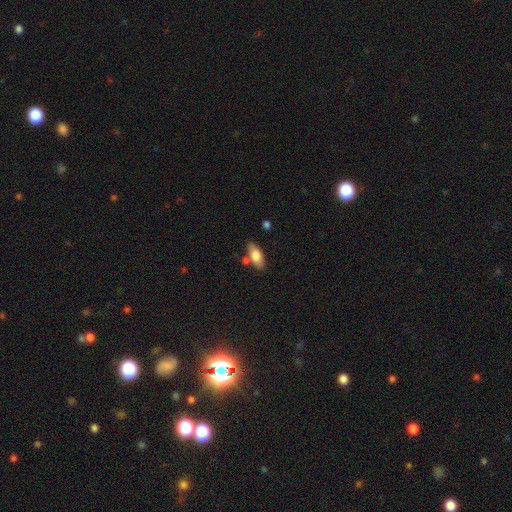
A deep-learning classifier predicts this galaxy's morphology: Smooth or featured? Predicted: smooth (p=0.77). How rounded? Predicted: in between (p=0.85). Merging? Predicted: none (p=0.73).